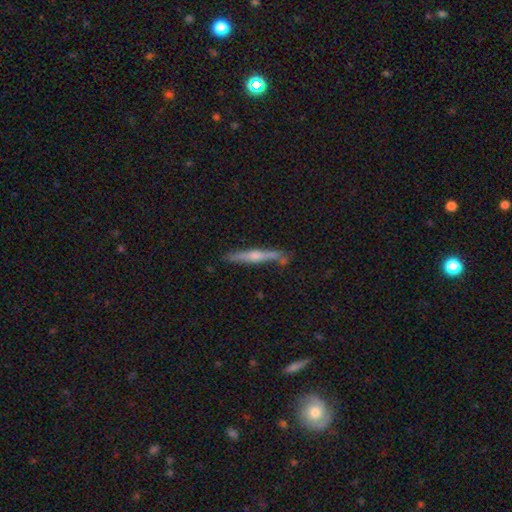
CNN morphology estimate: A featured or disk galaxy (59%) viewed edge-on (96%) with a rounded central bulge (79%).

Vote fractions:
- Smooth or featured? featured or disk: 59% / smooth: 35% / star or artifact: 6%
- Edge-on disk? yes: 96% / no: 4%
- Edge-on bulge? rounded: 79% / none: 14% / boxy: 7%
- Merging? none: 79% / minor disturbance: 13% / merger: 5% / major disturbance: 2%